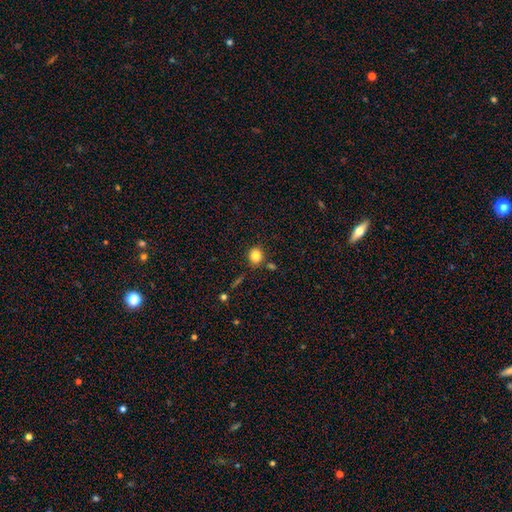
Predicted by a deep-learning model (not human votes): This is clearly a smooth galaxy (83%). How rounded: likely round (73%). Merging: clearly none (80%).